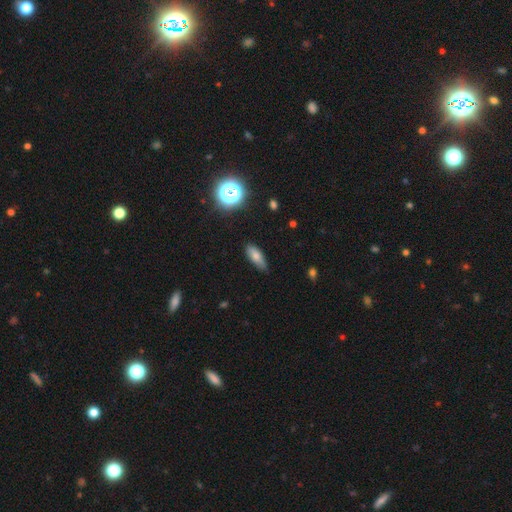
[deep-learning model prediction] Overall: smooth (74%). How rounded: in between (73%). Merging: none (77%).